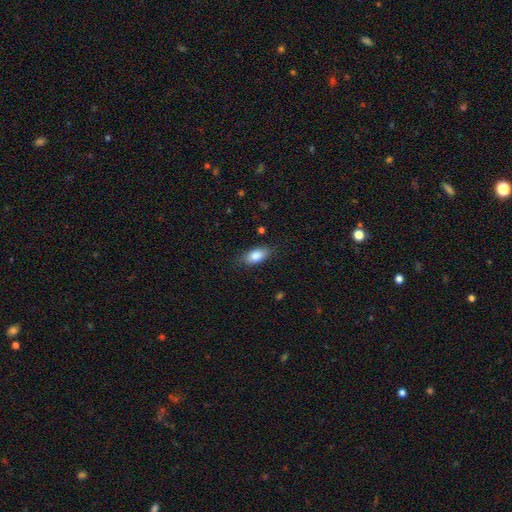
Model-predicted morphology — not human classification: Smooth or featured? smooth (85%)
How rounded? in between (89%)
Merging? none (82%)